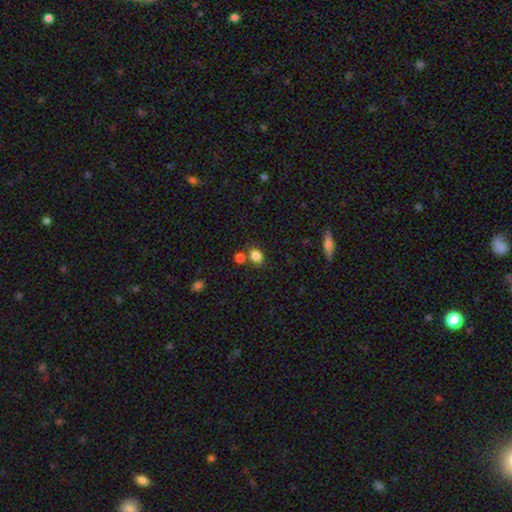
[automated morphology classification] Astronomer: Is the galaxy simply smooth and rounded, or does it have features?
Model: smooth — 83%.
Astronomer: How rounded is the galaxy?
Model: in between — 56% (runner-up: round, 42%).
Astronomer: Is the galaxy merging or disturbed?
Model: none — 67%.